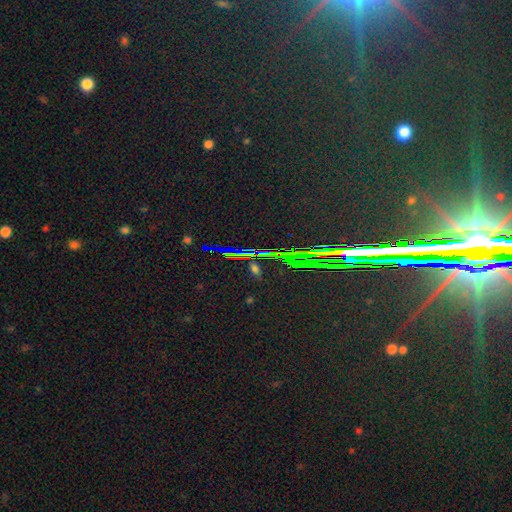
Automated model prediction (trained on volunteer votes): A star or artifact, not a galaxy (85%).

Vote fractions:
- Smooth or featured? star or artifact: 85% / featured or disk: 9% / smooth: 6%